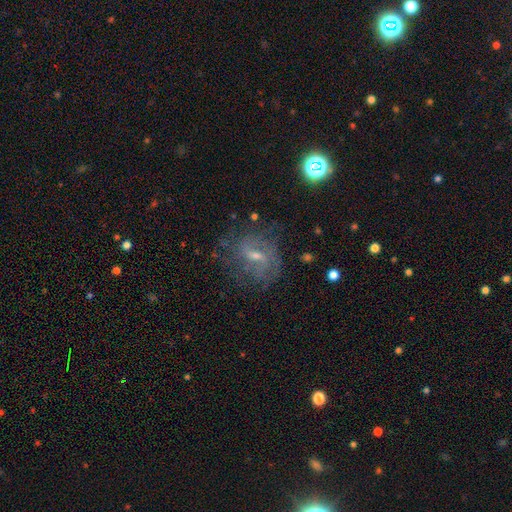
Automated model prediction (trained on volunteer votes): Smooth or featured? Predicted: featured or disk (p=0.68). Edge-on disk? Predicted: no (p=0.95). Bar? Predicted: weak (p=0.56). Spiral arms? Predicted: yes (p=0.74). Bulge size? Predicted: small (p=0.50). Merging? Predicted: none (p=0.61).